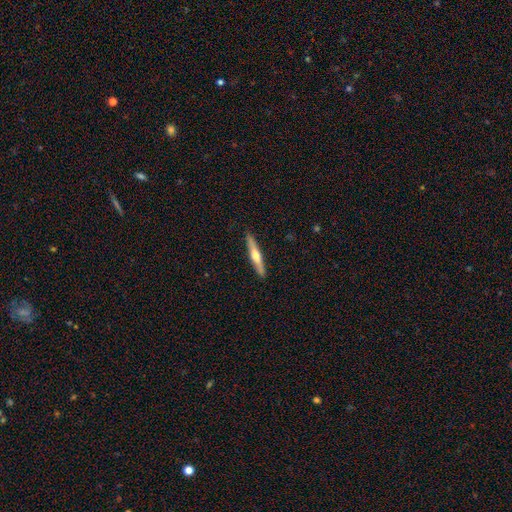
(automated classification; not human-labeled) This appears to be a featured or disk galaxy (50%). Merging: none (90%).